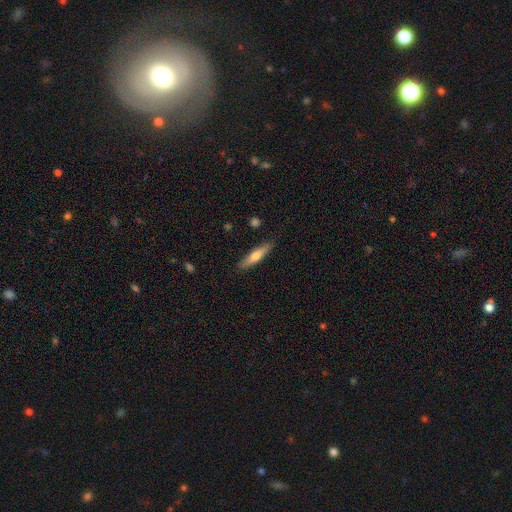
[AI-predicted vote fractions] The model was most divided on "smooth or featured": smooth: 59%, featured or disk: 35%, star or artifact: 6%. More confident: merging — none (87%); how rounded — cigar-shaped (82%).